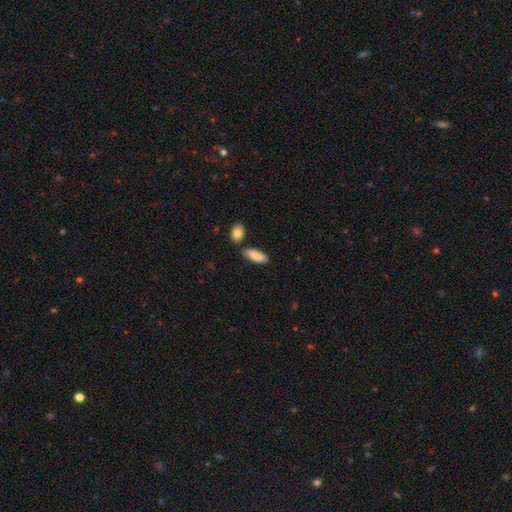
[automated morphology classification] smooth-or-featured: smooth: 87% | featured or disk: 8% | star or artifact: 6%
  how-rounded: in between: 73% | cigar-shaped: 25% | round: 2%
  merging: none: 76% | minor disturbance: 13% | merger: 8% | major disturbance: 3%